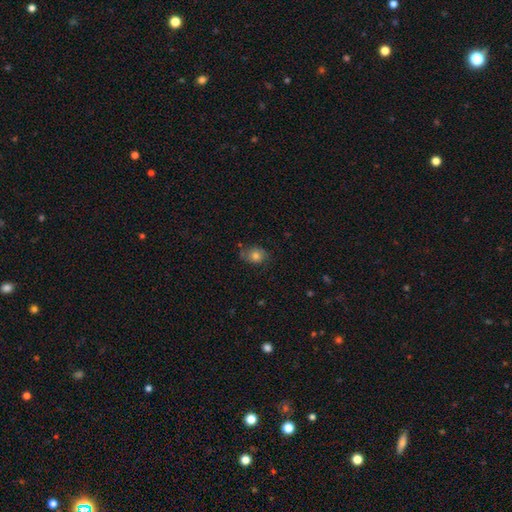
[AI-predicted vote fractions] This is likely a smooth galaxy (73%). How rounded: possibly round (53%). Merging: likely none (65%).